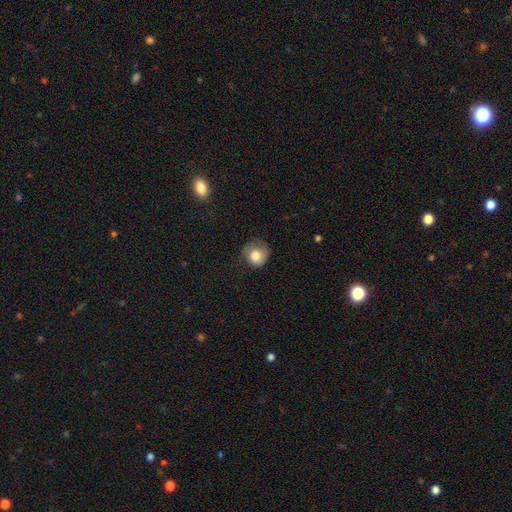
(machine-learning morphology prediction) This appears to be a smooth galaxy with no disk features (79%) that is round (86%). Merging: none (57%).